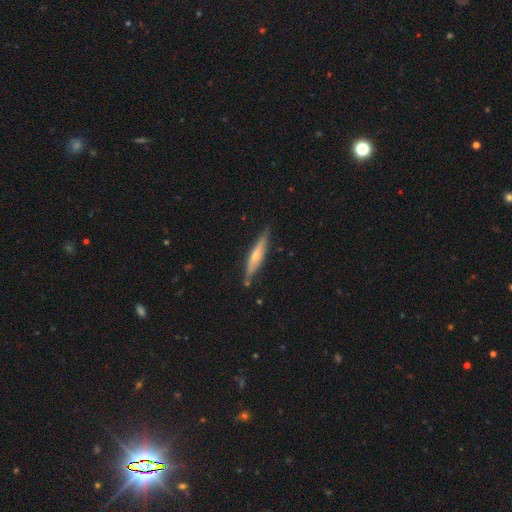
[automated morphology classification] The model was most divided on "smooth or featured": featured or disk: 58%, smooth: 36%, star or artifact: 6%. More confident: edge-on disk — yes (93%); merging — none (80%); edge-on bulge — rounded (75%).